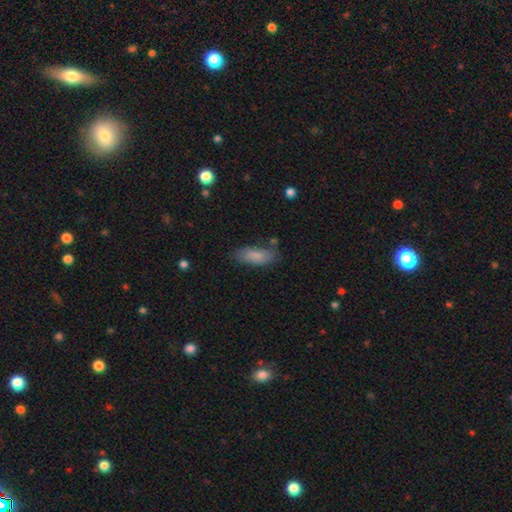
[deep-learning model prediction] smooth-or-featured: smooth: 79% | featured or disk: 14% | star or artifact: 7%
  how-rounded: in between: 81% | cigar-shaped: 17% | round: 2%
  merging: none: 66% | minor disturbance: 23% | major disturbance: 7% | merger: 4%